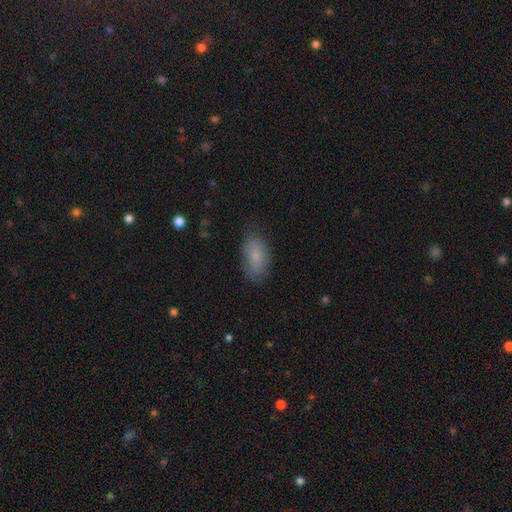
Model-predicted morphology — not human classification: smooth-or-featured: smooth: 77% | featured or disk: 15% | star or artifact: 8%
  how-rounded: in between: 91% | round: 5% | cigar-shaped: 4%
  merging: none: 70% | minor disturbance: 22% | major disturbance: 6% | merger: 1%